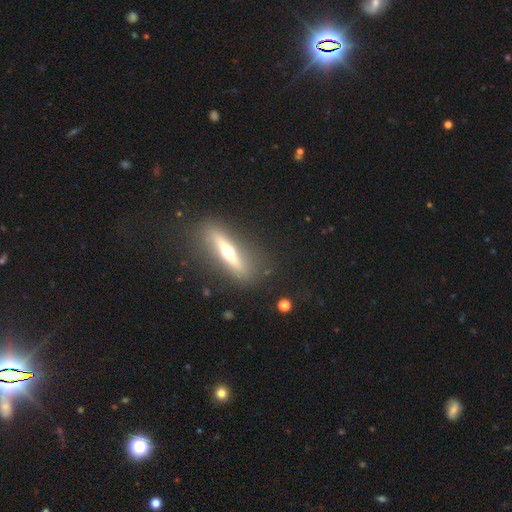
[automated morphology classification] type=featured or disk (65%); edge-on=yes (86%); edge-on bulge=rounded (89%); merging=none (80%).